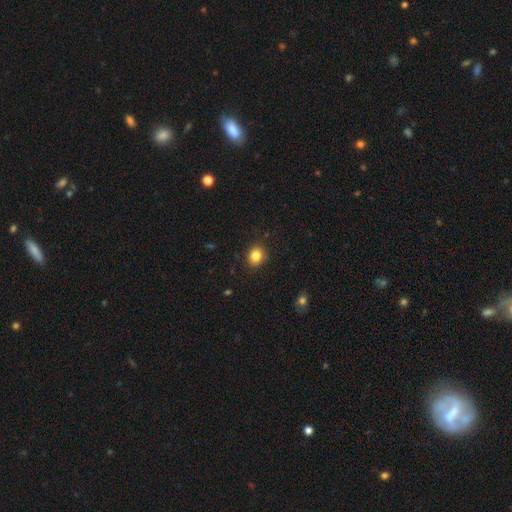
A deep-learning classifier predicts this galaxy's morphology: The model was most divided on "how rounded": round: 71%, in between: 28%, cigar-shaped: 1%. More confident: merging — none (88%); smooth or featured — smooth (84%).